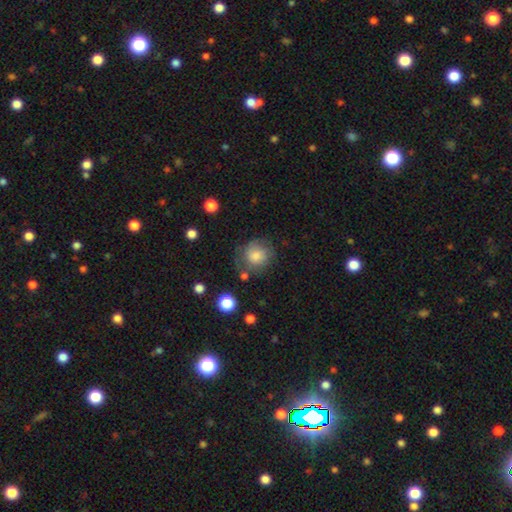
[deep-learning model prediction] Morphology: type=smooth (76%); roundness=round (84%); merging=none (62%).